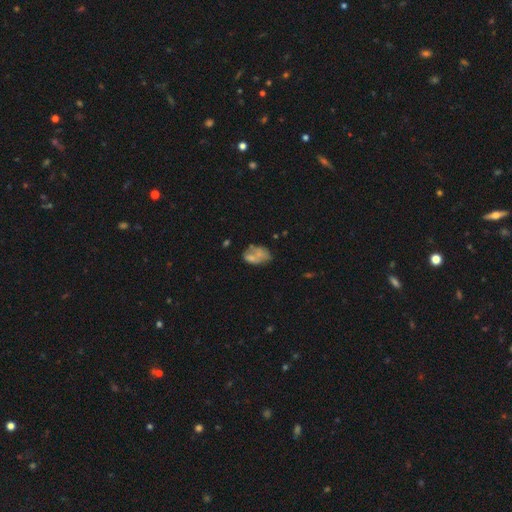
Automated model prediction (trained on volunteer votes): smooth-or-featured: smooth: 52% | featured or disk: 38% | star or artifact: 10%
  how-rounded: in between: 81% | round: 18% | cigar-shaped: 2%
  merging: none: 34% | merger: 27% | minor disturbance: 23% | major disturbance: 16%